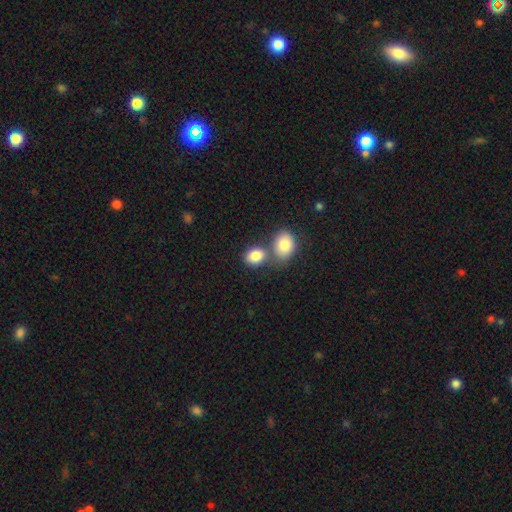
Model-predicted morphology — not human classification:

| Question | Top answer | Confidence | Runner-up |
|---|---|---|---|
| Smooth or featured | smooth | 85% | star or artifact (8%) |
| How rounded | in between | 64% | round (35%) |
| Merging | none | 45% | merger (40%) |